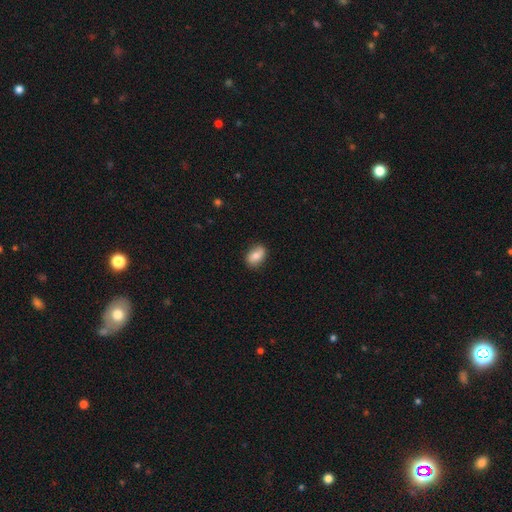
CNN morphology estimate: Smooth or featured? Predicted: smooth (p=0.77). How rounded? Predicted: in between (p=0.83). Merging? Predicted: none (p=0.78).